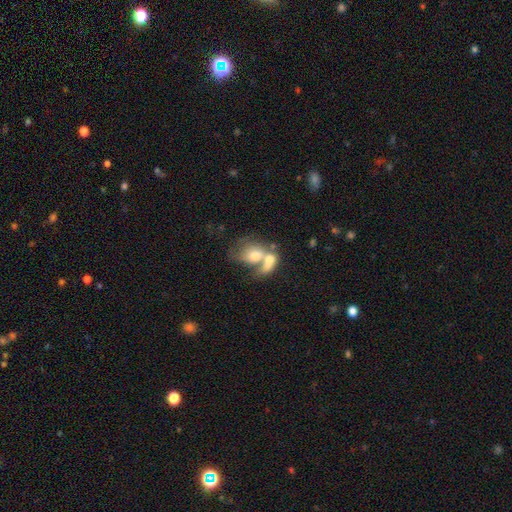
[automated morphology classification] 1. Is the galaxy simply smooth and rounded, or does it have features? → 56% smooth, 34% featured or disk, 9% star or artifact.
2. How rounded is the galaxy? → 59% in between, 38% round, 3% cigar-shaped.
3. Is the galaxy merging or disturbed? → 68% merger, 16% none, 9% major disturbance, 7% minor disturbance.